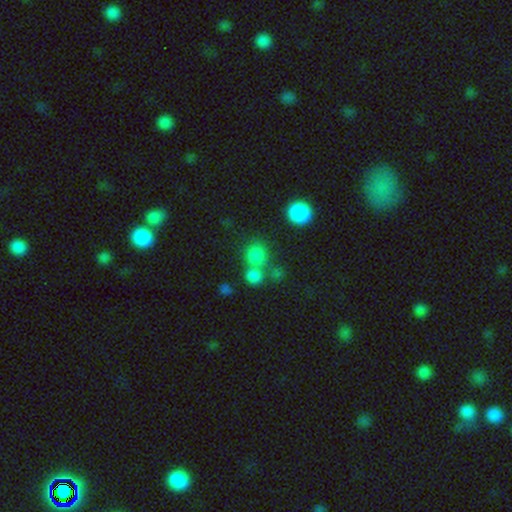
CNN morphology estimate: Smooth or featured? Predicted: smooth (p=0.79). How rounded? Predicted: round (p=0.84). Merging? Predicted: none (p=0.53).